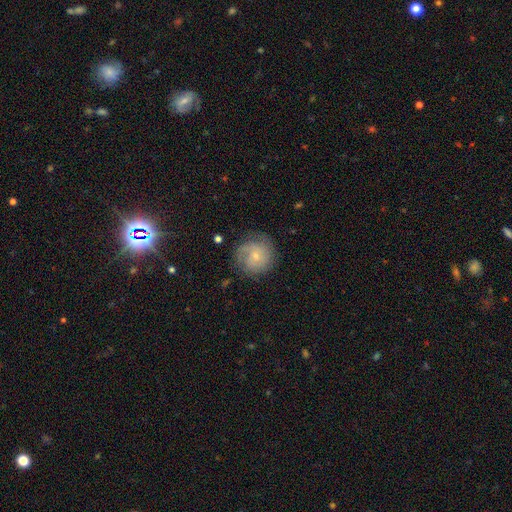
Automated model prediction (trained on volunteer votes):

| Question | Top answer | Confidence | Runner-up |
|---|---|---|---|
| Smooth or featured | featured or disk | 55% | smooth (38%) |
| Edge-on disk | no | 97% | yes (3%) |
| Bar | no | 77% | weak (20%) |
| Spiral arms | yes | 85% | no (15%) |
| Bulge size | small | 70% | moderate (25%) |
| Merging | none | 70% | minor disturbance (20%) |